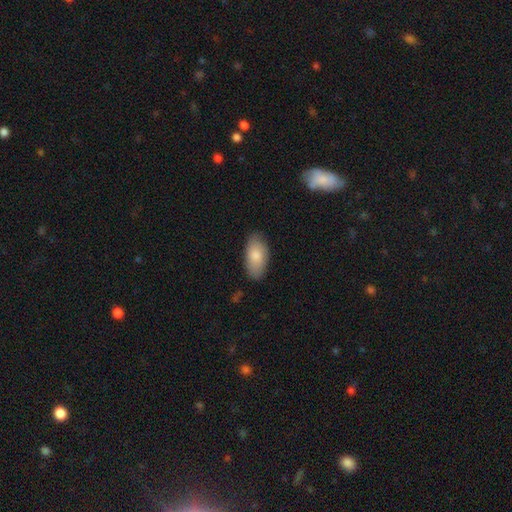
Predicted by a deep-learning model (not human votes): Morphology: type=smooth (82%); roundness=in between (94%); merging=none (81%).